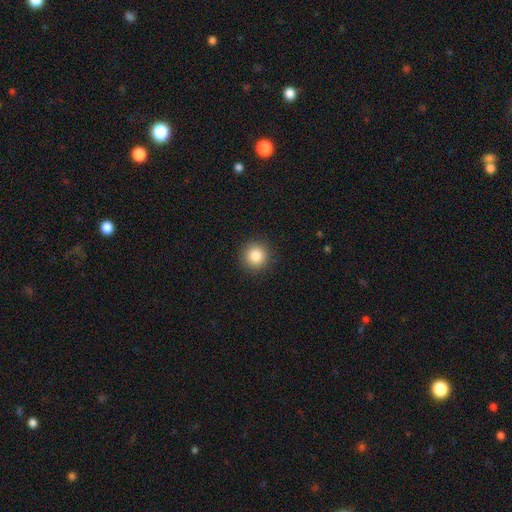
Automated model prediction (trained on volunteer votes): Morphology: type=smooth (85%); roundness=round (95%); merging=none (92%).